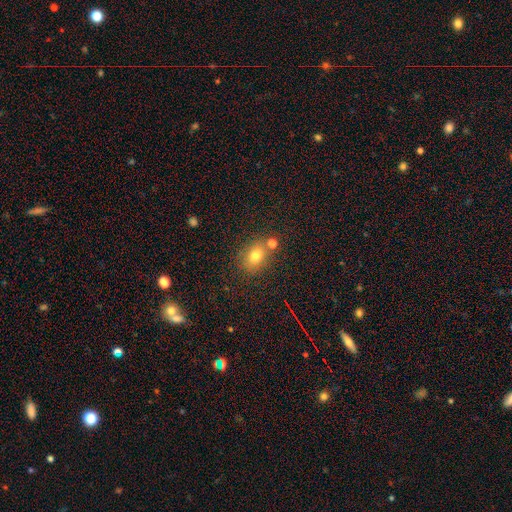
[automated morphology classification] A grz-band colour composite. It shows a smooth galaxy with no disk features (76%) that is in between round and cigar-shaped (63%). Merging: none (70%).